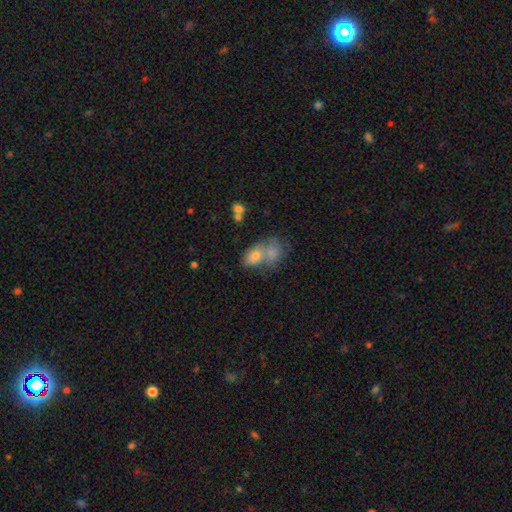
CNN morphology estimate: Smooth or featured: smooth — 70% (featured or disk — 19%)
How rounded: in between — 81% (round — 17%)
Merging: merger — 60% (none — 24%)